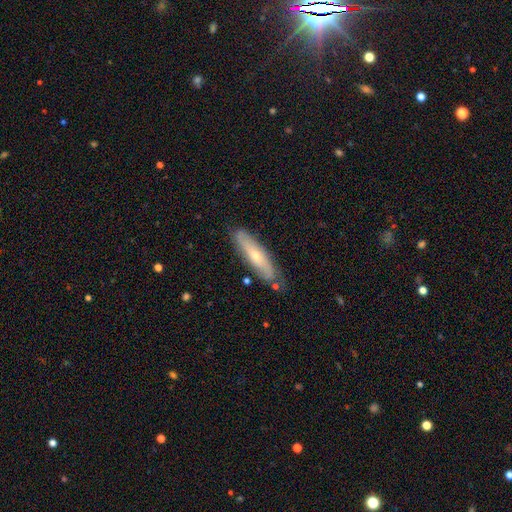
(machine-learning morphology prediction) Smooth or featured?
  - featured or disk: 52% *
  - smooth: 42%
  - star or artifact: 6%
Edge-on disk?
  - no: 53% *
  - yes: 47%
Merging?
  - none: 77% *
  - minor disturbance: 17%
  - major disturbance: 3%
  - merger: 3%